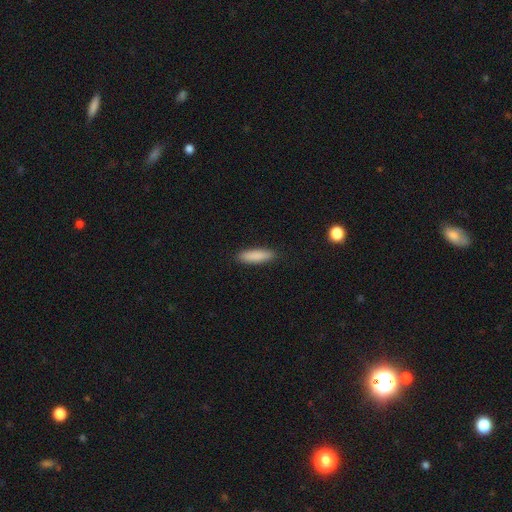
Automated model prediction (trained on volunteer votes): Smooth or featured? smooth (88%)
How rounded? cigar-shaped (63%)
Merging? none (89%)